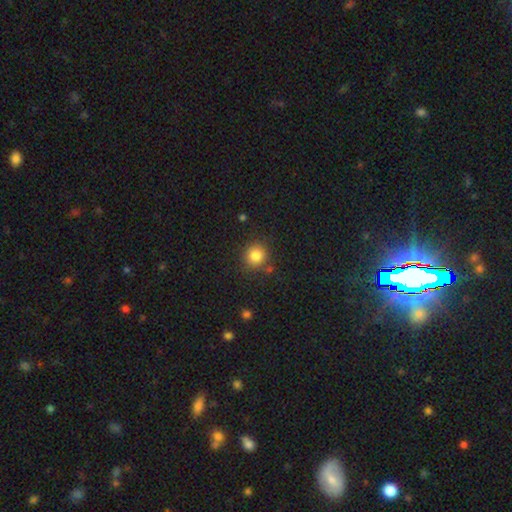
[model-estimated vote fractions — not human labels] smooth 83%, star or artifact 12%, featured or disk 6%. Down the decision tree: how rounded — round (90%); merging — none (83%).